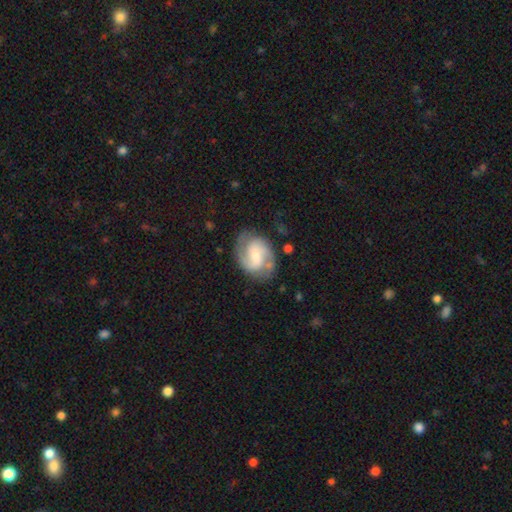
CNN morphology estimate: This is likely a featured or disk galaxy (78%). It is clearly not viewed edge-on (98%). Bar: possibly weak (49%). Spiral arm pattern: clearly yes (94%). Spiral arm count: clearly 2 (83%). Spiral winding: possibly medium (51%). Central bulge: possibly small (55%). Merging: likely none (72%).